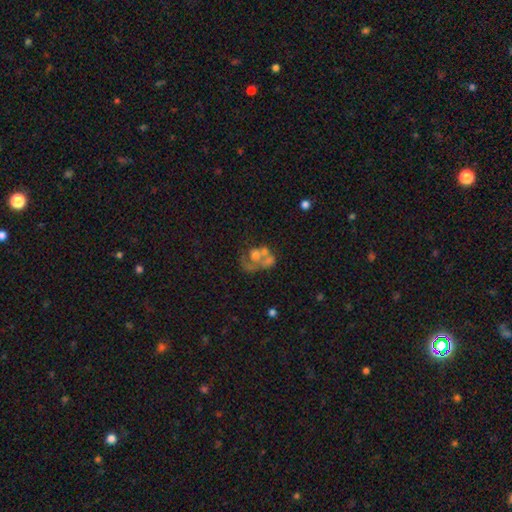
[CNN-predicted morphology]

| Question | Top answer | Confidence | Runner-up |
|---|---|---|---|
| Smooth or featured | featured or disk | 55% | smooth (32%) |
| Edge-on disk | no | 98% | yes (2%) |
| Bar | no | 91% | weak (7%) |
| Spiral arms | no | 80% | yes (20%) |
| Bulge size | none | 42% | moderate (29%) |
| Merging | merger | 42% | major disturbance (23%) |